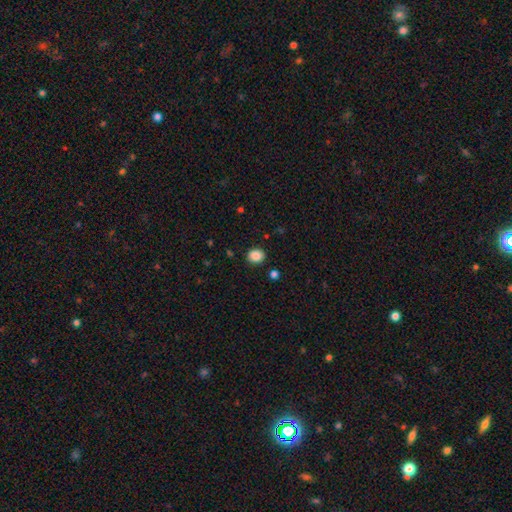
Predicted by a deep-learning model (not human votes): Smooth or featured? smooth (88%)
How rounded? round (63%)
Merging? none (88%)